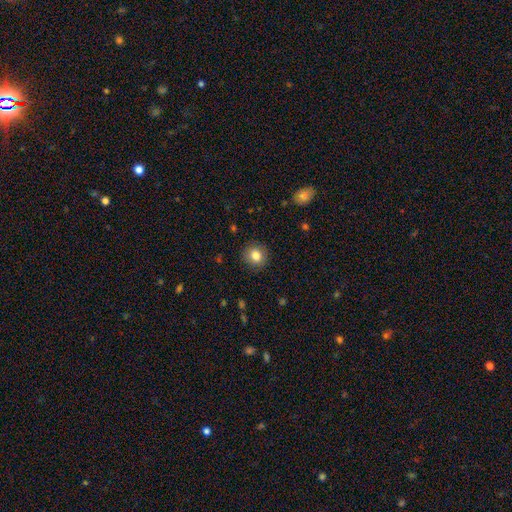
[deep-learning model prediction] Overall: smooth (83%). How rounded: round (86%). Merging: none (90%).